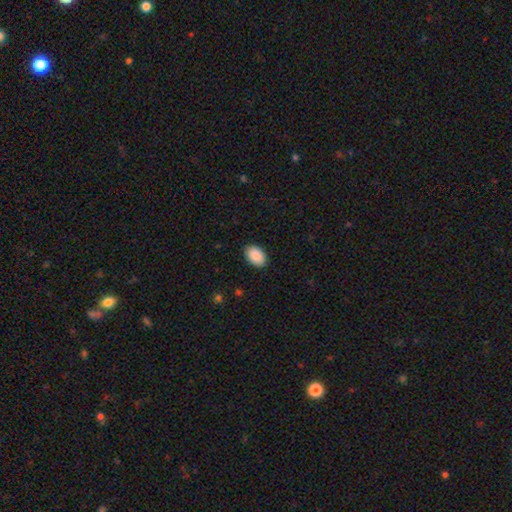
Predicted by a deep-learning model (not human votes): smooth_or_featured: smooth (p=0.91) [alt: star or artifact p=0.06]
how_rounded: in between (p=0.90) [alt: round p=0.09]
merging: none (p=0.90) [alt: minor disturbance p=0.08]